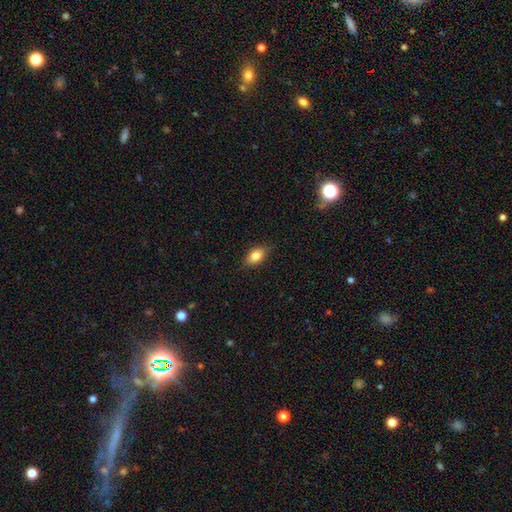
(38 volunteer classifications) Smooth or featured: smooth — 74% (featured or disk — 16%)
How rounded: in between — 93% (round — 7%)
Merging: none — 79% (minor disturbance — 18%)